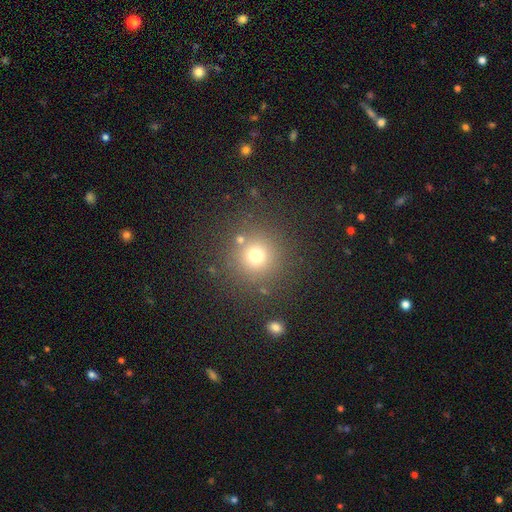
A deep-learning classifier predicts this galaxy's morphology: smooth-or-featured: smooth: 71% | star or artifact: 19% | featured or disk: 9%
  how-rounded: round: 95% | in between: 4% | cigar-shaped: 1%
  merging: none: 83% | minor disturbance: 8% | merger: 5% | major disturbance: 4%